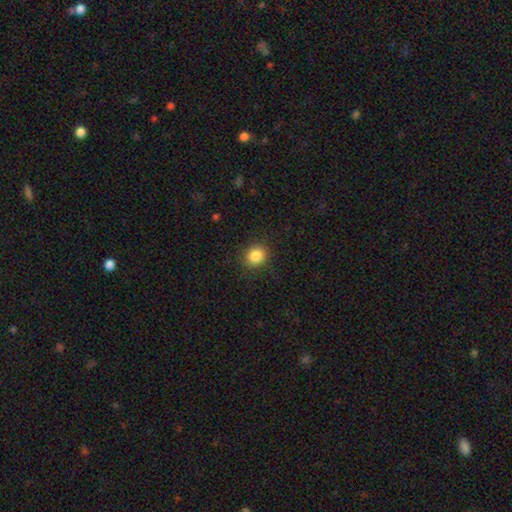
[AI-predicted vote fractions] Smooth or featured: smooth — 86% (star or artifact — 10%)
How rounded: round — 71% (in between — 28%)
Merging: none — 87% (minor disturbance — 9%)